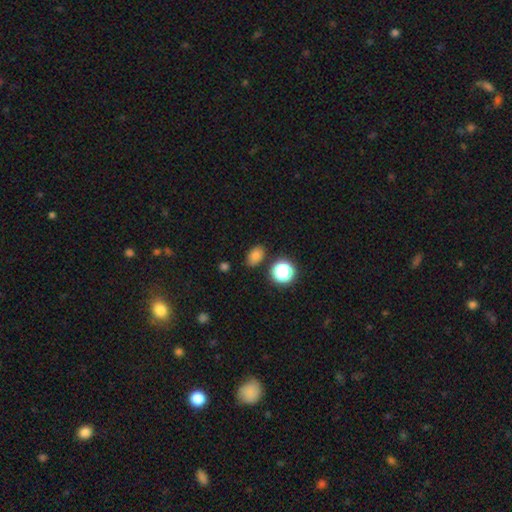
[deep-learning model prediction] The model was most divided on "how rounded": in between: 74%, round: 25%, cigar-shaped: 1%. More confident: merging — none (81%); smooth or featured — smooth (76%).